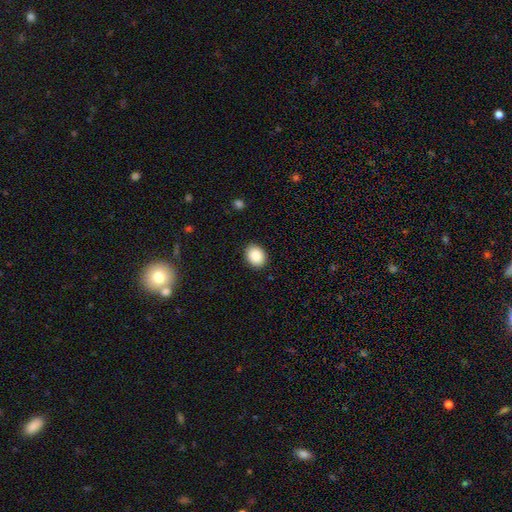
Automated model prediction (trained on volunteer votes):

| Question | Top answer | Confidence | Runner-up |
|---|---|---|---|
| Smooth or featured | smooth | 88% | star or artifact (8%) |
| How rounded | in between | 57% | round (42%) |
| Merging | none | 90% | minor disturbance (7%) |